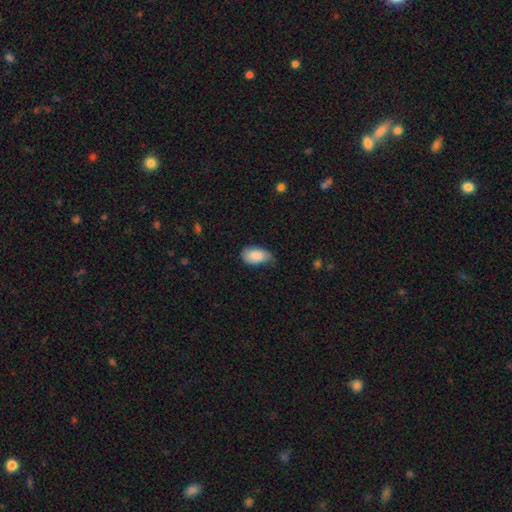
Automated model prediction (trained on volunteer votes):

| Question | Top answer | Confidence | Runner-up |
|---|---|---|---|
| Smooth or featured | smooth | 82% | featured or disk (11%) |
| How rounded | in between | 93% | round (5%) |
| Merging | none | 44% | minor disturbance (43%) |